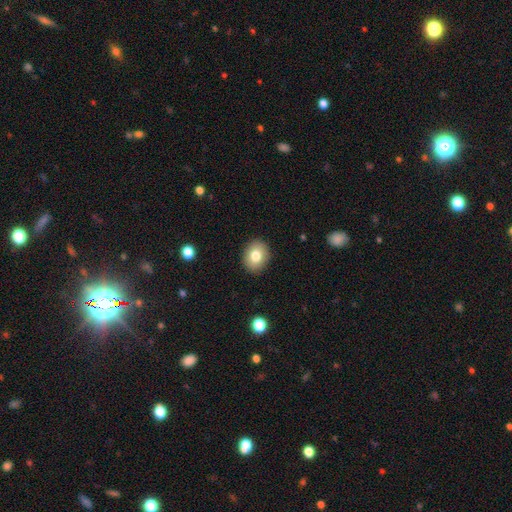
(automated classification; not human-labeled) Smooth or featured: smooth — 80% (featured or disk — 11%)
How rounded: in between — 50% (round — 49%)
Merging: none — 90% (minor disturbance — 7%)